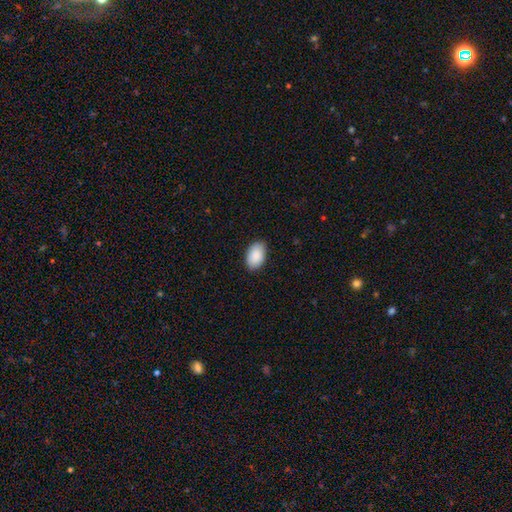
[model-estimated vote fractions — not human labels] smooth-or-featured: smooth: 91% | star or artifact: 6% | featured or disk: 4%
  how-rounded: in between: 93% | round: 6% | cigar-shaped: 1%
  merging: none: 87% | minor disturbance: 10% | major disturbance: 2% | merger: 1%